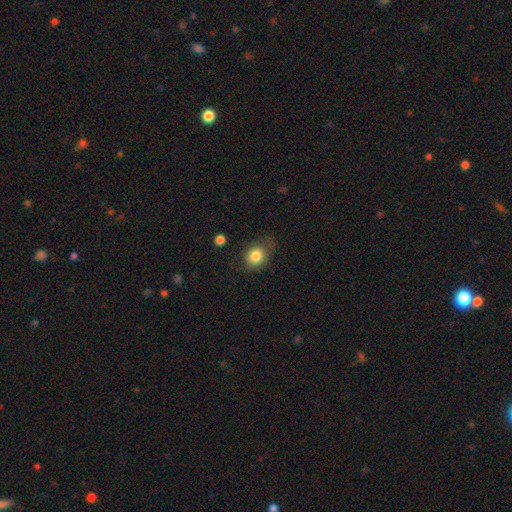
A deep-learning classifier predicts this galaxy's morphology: This is clearly a smooth galaxy (83%). How rounded: possibly round (56%). Merging: possibly none (59%).